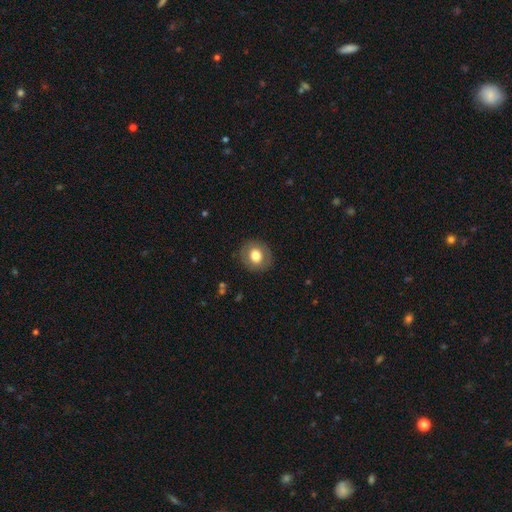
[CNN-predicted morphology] smooth_or_featured: smooth (p=0.73) [alt: featured or disk p=0.19]
how_rounded: round (p=0.83) [alt: in between p=0.16]
merging: none (p=0.88) [alt: minor disturbance p=0.08]